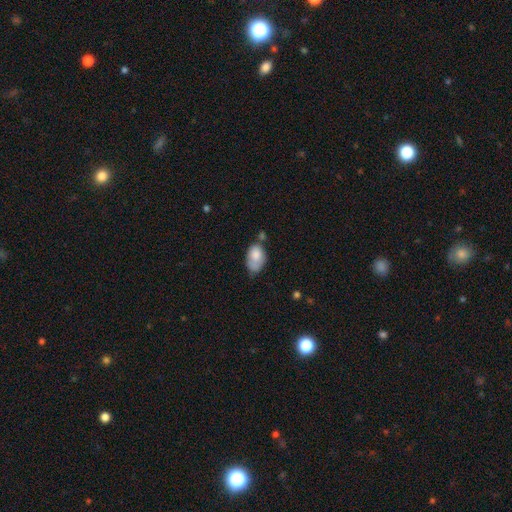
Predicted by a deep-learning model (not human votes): Overall: smooth (80%). How rounded: in between (88%). Merging: none (37%; minor disturbance 35%).